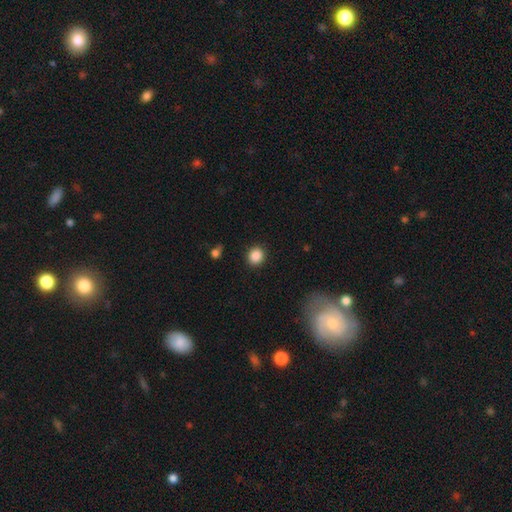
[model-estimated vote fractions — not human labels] This appears to be a smooth galaxy with no disk features (88%) that is round (77%). Merging: none (90%).